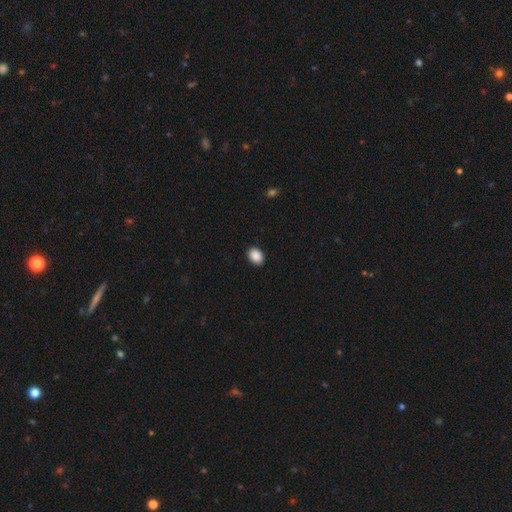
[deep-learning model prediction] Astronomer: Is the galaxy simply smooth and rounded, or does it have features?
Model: smooth — 90%.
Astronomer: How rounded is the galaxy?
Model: in between — 76%.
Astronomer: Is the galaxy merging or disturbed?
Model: none — 90%.